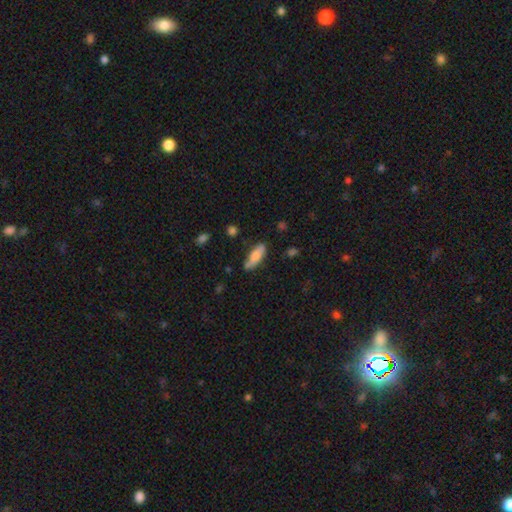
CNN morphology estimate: Smooth or featured: smooth — 75% (featured or disk — 18%)
How rounded: in between — 62% (cigar-shaped — 36%)
Merging: none — 71% (minor disturbance — 21%)